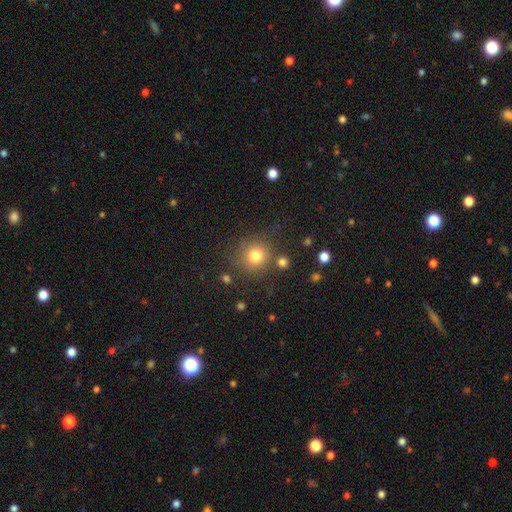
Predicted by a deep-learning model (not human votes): Overall: smooth (78%). How rounded: round (92%). Merging: none (79%).